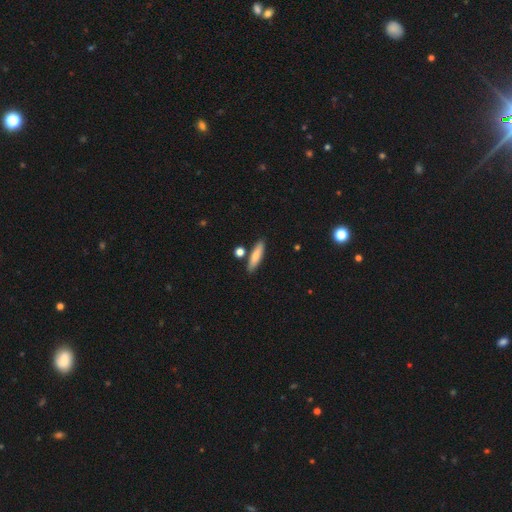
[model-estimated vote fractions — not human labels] Morphology: type=smooth (77%); roundness=cigar-shaped (74%); merging=none (82%).